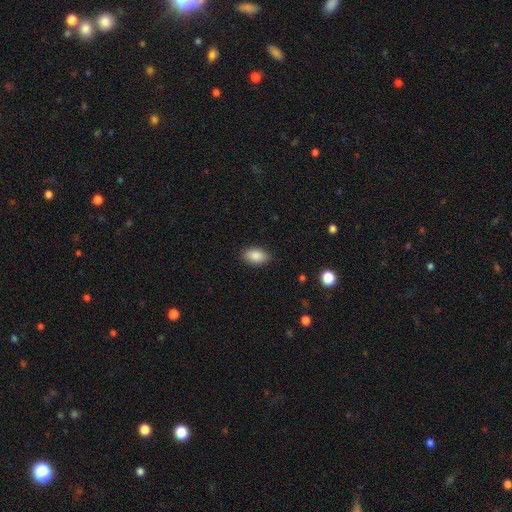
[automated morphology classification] This is clearly a smooth galaxy (88%). How rounded: clearly in between (91%). Merging: clearly none (86%).